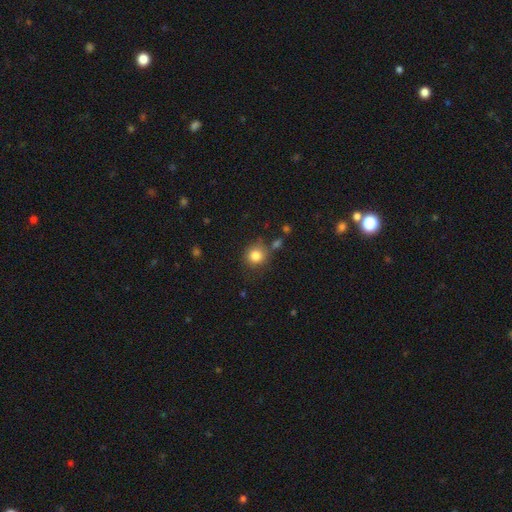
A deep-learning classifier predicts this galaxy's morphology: Smooth or featured? Predicted: smooth (p=0.83). How rounded? Predicted: round (p=0.89). Merging? Predicted: none (p=0.76).